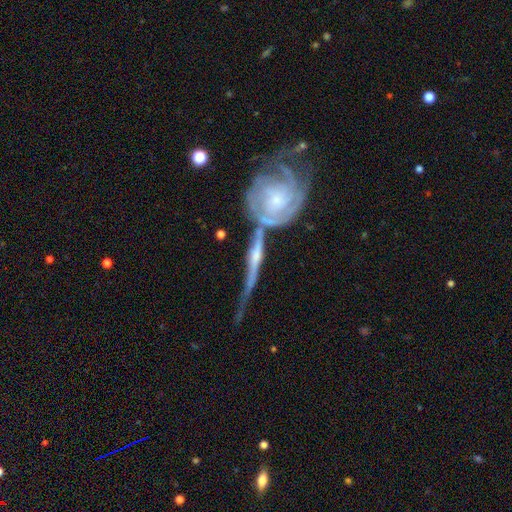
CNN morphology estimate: smooth-or-featured: featured or disk: 78% | smooth: 15% | star or artifact: 6%
  disk-edge-on: yes: 74% | no: 26%
    edge-on-bulge: rounded: 71% | none: 18% | boxy: 11%
  merging: merger: 35% | none: 33% | minor disturbance: 18% | major disturbance: 14%